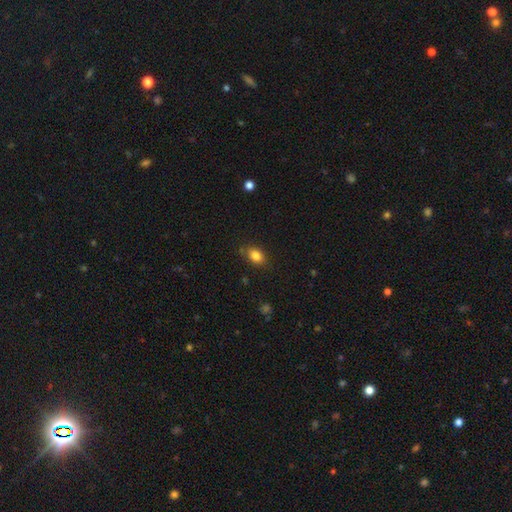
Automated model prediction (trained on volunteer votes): smooth 84%, star or artifact 9%, featured or disk 7%. Down the decision tree: how rounded — in between (78%); merging — none (80%).